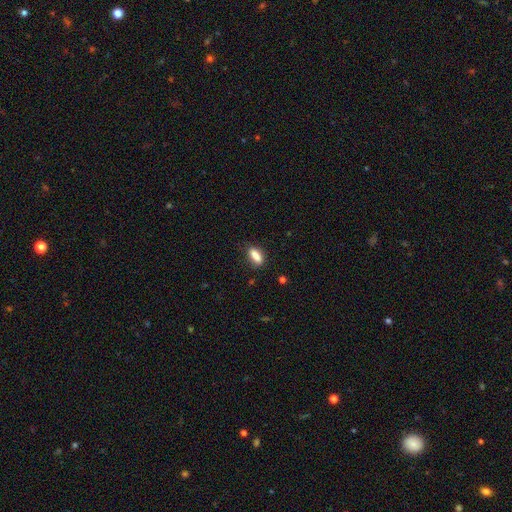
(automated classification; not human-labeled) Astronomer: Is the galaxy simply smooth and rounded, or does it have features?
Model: smooth — 84%.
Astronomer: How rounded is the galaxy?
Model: in between — 66%.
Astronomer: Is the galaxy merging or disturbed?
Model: none — 78%.